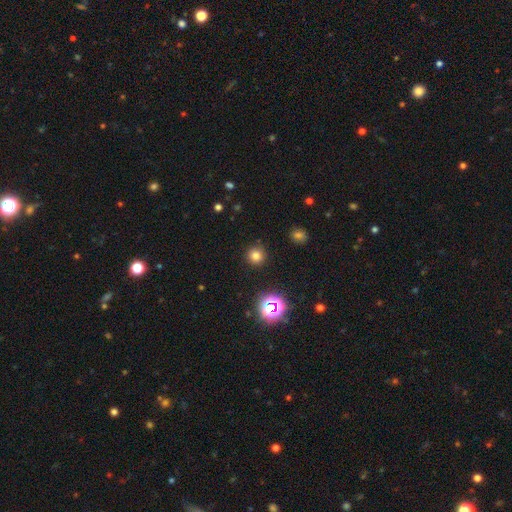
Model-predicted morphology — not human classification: smooth_or_featured: smooth (p=0.75) [alt: star or artifact p=0.19]
how_rounded: round (p=0.94) [alt: in between p=0.05]
merging: none (p=0.90) [alt: minor disturbance p=0.06]